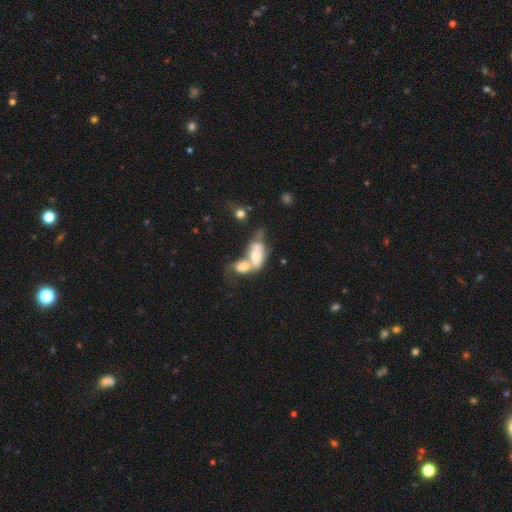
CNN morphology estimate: This appears to be a smooth galaxy with no disk features (55%) that is in between round and cigar-shaped (84%). Merging: merger (77%).